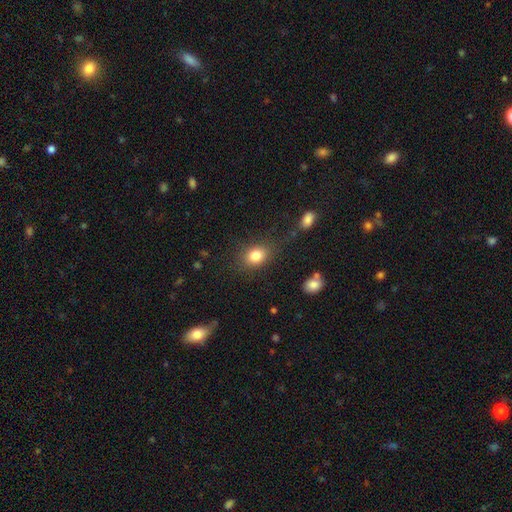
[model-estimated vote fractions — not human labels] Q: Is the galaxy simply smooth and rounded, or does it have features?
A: smooth — 82%.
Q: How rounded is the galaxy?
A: in between — 57%.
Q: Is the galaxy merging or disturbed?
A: none — 76%.